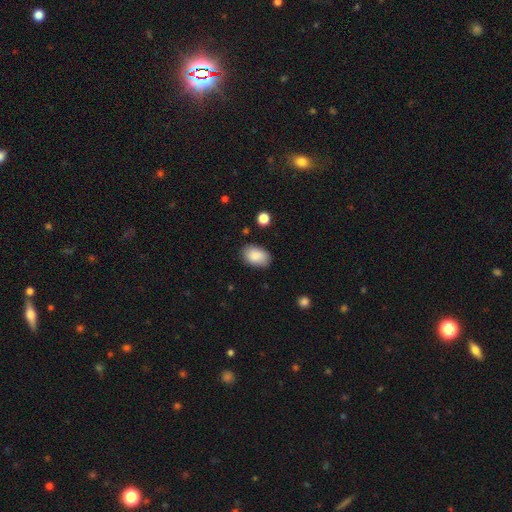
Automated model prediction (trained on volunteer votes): Q: Smooth or featured?
A: smooth (88%); runner-up: star or artifact (7%)
Q: How rounded?
A: in between (88%); runner-up: round (11%)
Q: Merging?
A: none (82%); runner-up: minor disturbance (13%)